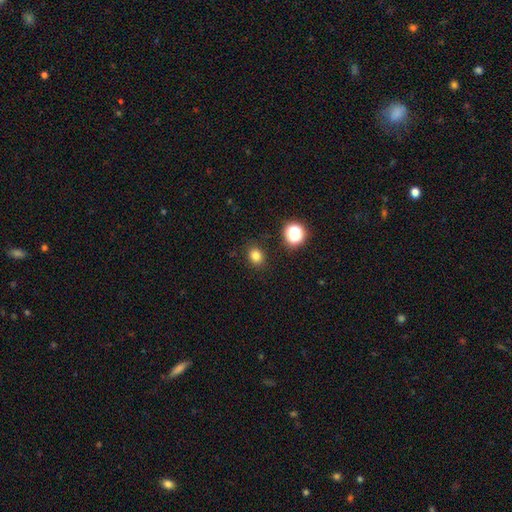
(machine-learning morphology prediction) This appears to be a smooth galaxy with no disk features (80%) that is round (66%). Merging: none (88%).